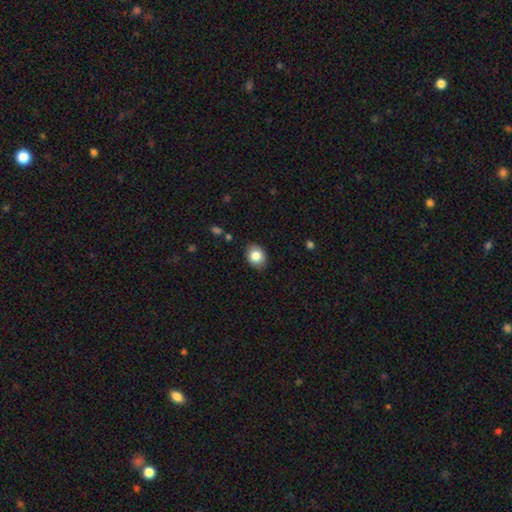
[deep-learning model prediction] This is clearly a smooth galaxy (83%). How rounded: possibly in between (58%). Merging: clearly none (86%).